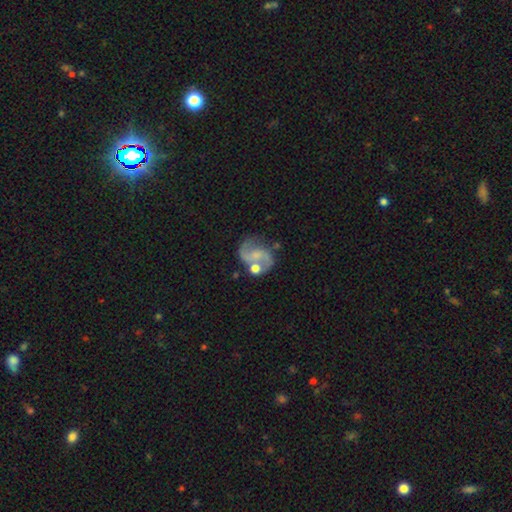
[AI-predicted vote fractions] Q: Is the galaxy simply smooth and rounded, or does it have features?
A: featured or disk — 81%.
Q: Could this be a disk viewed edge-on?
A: no — 98%.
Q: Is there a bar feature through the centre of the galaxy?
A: no — 47%.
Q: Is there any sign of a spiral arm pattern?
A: yes — 94%.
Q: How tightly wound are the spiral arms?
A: medium — 48%.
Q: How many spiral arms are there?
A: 2 — 91%.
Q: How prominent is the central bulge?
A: small — 47%.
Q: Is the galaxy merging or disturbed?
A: none — 59%.